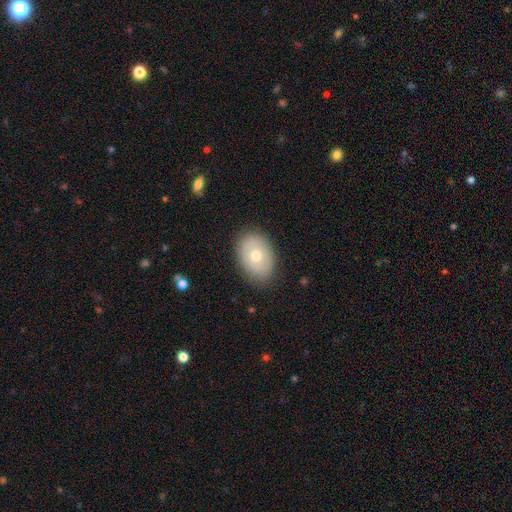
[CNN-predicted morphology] smooth 65%, featured or disk 28%, star or artifact 7%. Down the decision tree: how rounded — in between (77%); merging — none (84%).